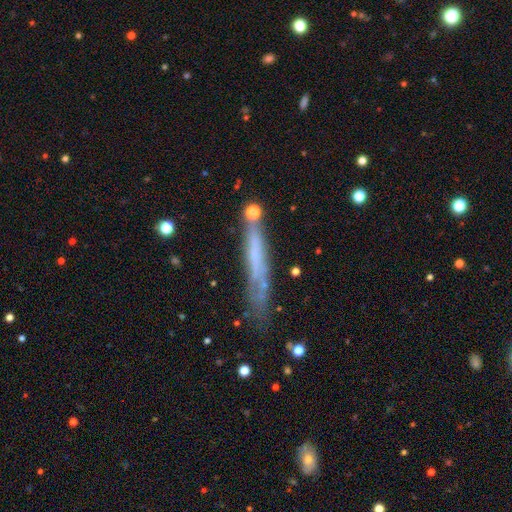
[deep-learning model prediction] This appears to be a featured or disk galaxy (47%). Merging: none (63%).